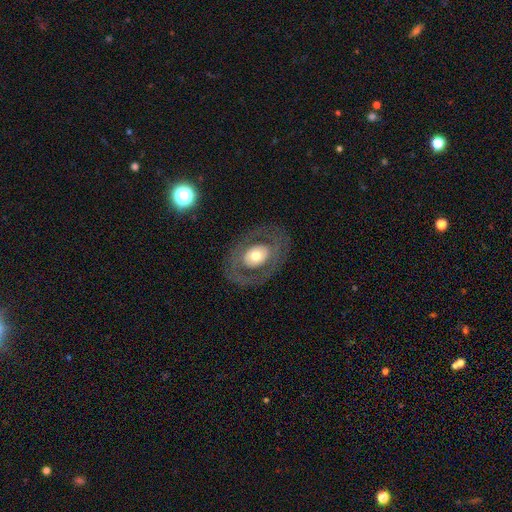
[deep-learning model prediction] smooth-or-featured: featured or disk: 54% | smooth: 40% | star or artifact: 6%
  disk-edge-on: no: 93% | yes: 7%
  merging: none: 79% | minor disturbance: 11% | major disturbance: 9% | merger: 1%